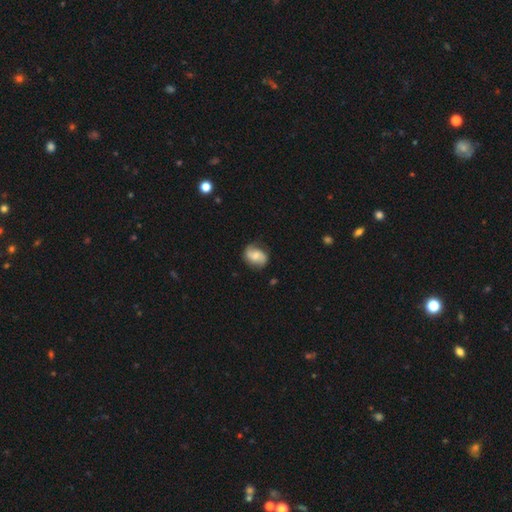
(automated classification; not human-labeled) Smooth or featured: featured or disk — 57% (smooth — 35%)
Edge-on disk: no — 97% (yes — 3%)
Bar: no — 54% (weak — 36%)
Spiral arms: yes — 90% (no — 10%)
Bulge size: moderate — 46% (small — 39%)
Merging: none — 72% (minor disturbance — 20%)